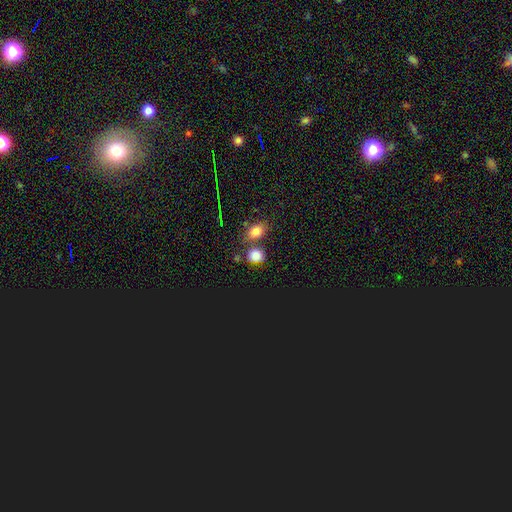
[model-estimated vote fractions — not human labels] smooth-or-featured: smooth: 76% | star or artifact: 18% | featured or disk: 6%
  how-rounded: round: 70% | in between: 28% | cigar-shaped: 2%
  merging: none: 67% | merger: 18% | minor disturbance: 11% | major disturbance: 4%